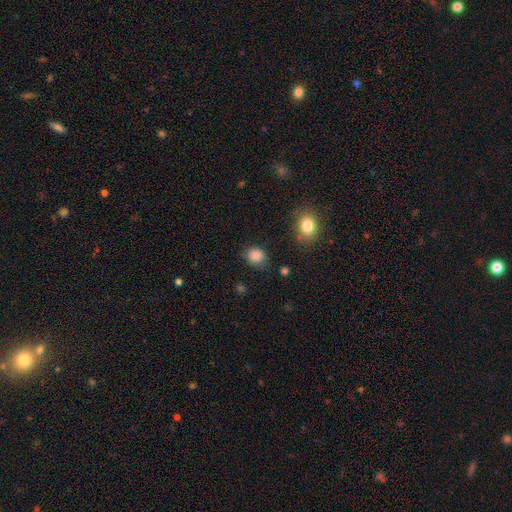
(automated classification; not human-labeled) Smooth or featured: smooth — 87% (star or artifact — 10%)
How rounded: round — 70% (in between — 29%)
Merging: none — 72% (minor disturbance — 20%)